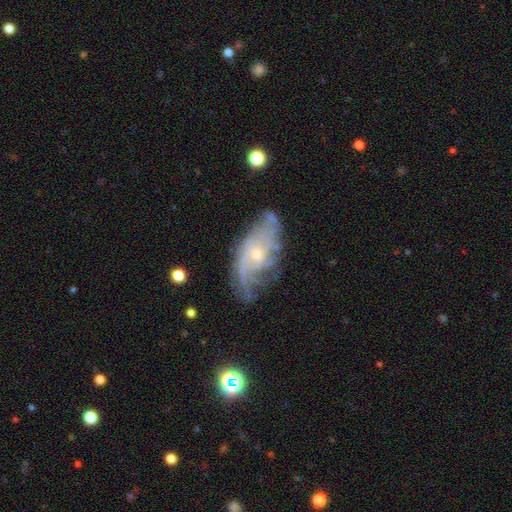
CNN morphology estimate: This is likely a featured or disk galaxy (77%). It is clearly not viewed edge-on (91%). Bar: likely no (69%). Spiral arm pattern: clearly yes (89%). Spiral arm count: marginally can't tell (42%). Spiral winding: marginally tight (41%). Central bulge: likely small (61%). Merging: likely none (64%).